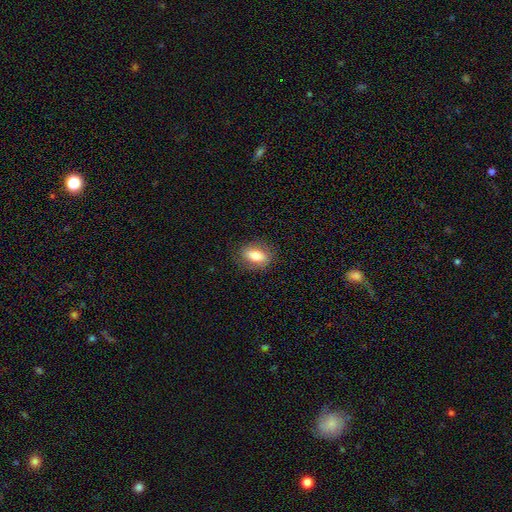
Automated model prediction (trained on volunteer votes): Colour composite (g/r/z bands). It shows a smooth galaxy with no disk features (75%) that is in between round and cigar-shaped (82%). Merging: none (83%).